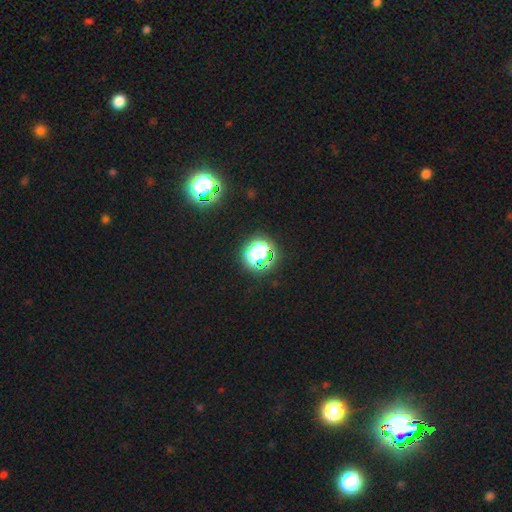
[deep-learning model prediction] The model was most divided on "smooth or featured": star or artifact: 69%, smooth: 24%, featured or disk: 7%.